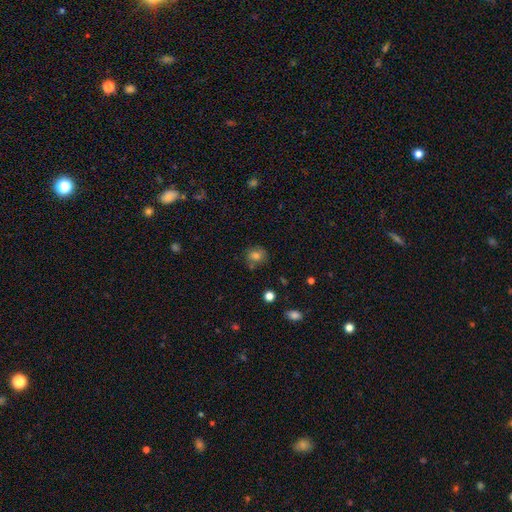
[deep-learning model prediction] Smooth or featured?
  - smooth: 78% *
  - star or artifact: 12%
  - featured or disk: 9%
How rounded?
  - round: 72% *
  - in between: 27%
  - cigar-shaped: 1%
Merging?
  - none: 70% *
  - minor disturbance: 19%
  - merger: 6%
  - major disturbance: 5%